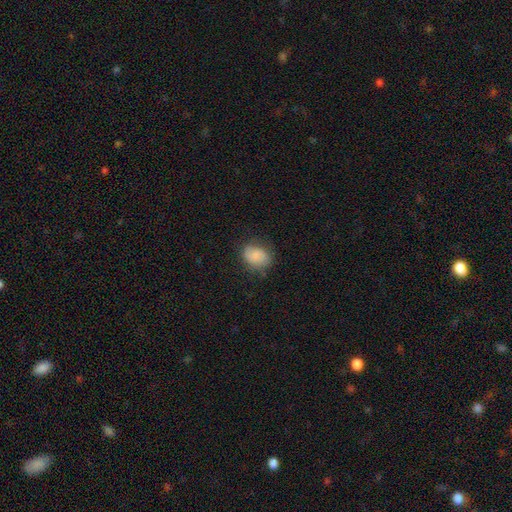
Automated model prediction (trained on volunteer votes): Smooth or featured: smooth — 74% (featured or disk — 18%)
How rounded: in between — 58% (round — 41%)
Merging: none — 70% (minor disturbance — 21%)